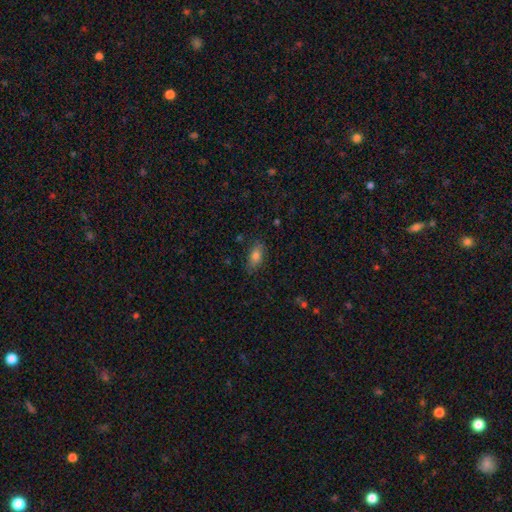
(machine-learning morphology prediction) smooth_or_featured: smooth (p=0.77) [alt: featured or disk p=0.13]
how_rounded: in between (p=0.85) [alt: cigar-shaped p=0.09]
merging: none (p=0.81) [alt: minor disturbance p=0.14]